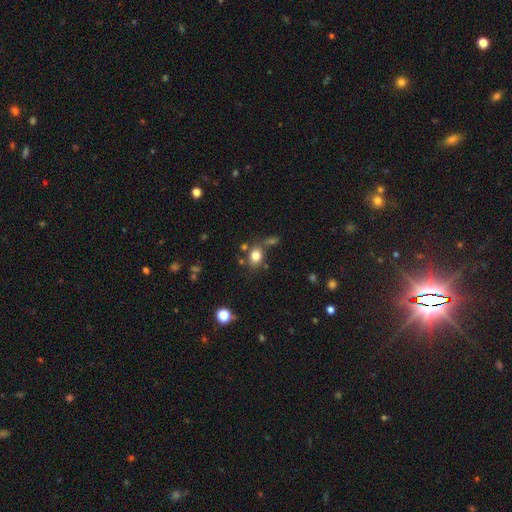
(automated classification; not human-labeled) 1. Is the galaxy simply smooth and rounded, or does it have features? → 79% smooth, 11% star or artifact, 9% featured or disk.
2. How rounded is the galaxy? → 58% in between, 40% round, 1% cigar-shaped.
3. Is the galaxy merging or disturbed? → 65% none, 15% minor disturbance, 15% merger, 6% major disturbance.